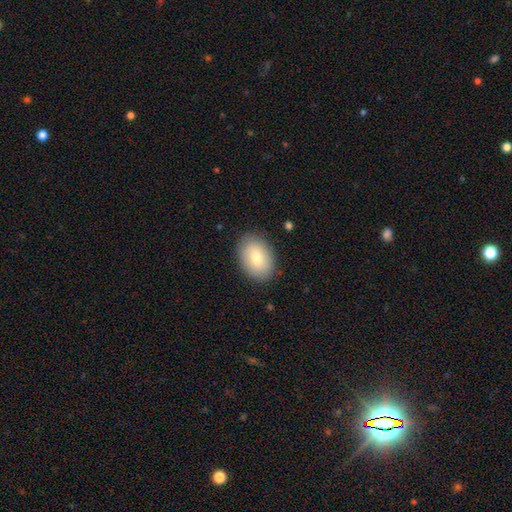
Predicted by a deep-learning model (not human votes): Smooth or featured? smooth (78%)
How rounded? in between (84%)
Merging? none (87%)